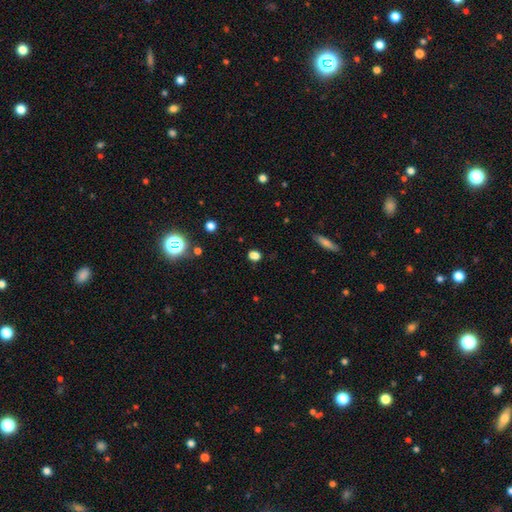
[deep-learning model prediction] Q: Smooth or featured?
A: smooth (69%); runner-up: star or artifact (26%)
Q: How rounded?
A: round (56%); runner-up: in between (42%)
Q: Merging?
A: none (84%); runner-up: minor disturbance (10%)